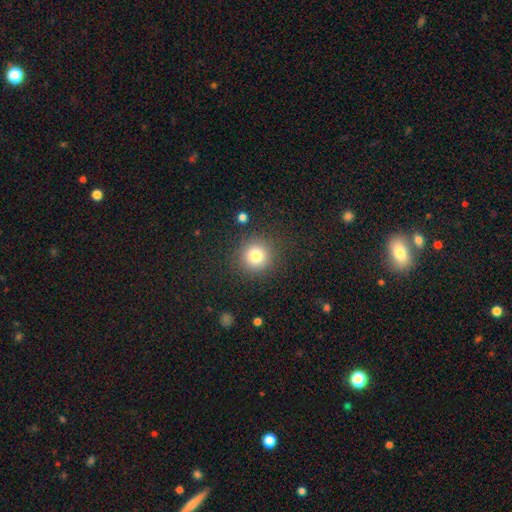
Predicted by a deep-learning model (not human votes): A smooth galaxy with no disk features (80%) that is round (94%).

Vote fractions:
- Smooth or featured? smooth: 80% / star or artifact: 12% / featured or disk: 7%
- How rounded? round: 94% / in between: 5% / cigar-shaped: 1%
- Merging? none: 88% / minor disturbance: 7% / major disturbance: 3% / merger: 2%